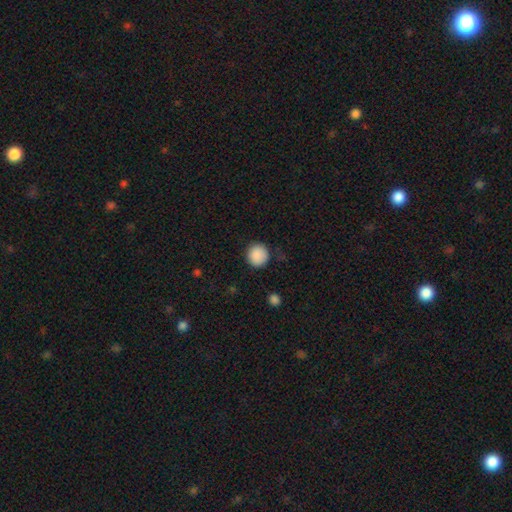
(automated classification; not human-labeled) Smooth or featured? smooth (89%)
How rounded? round (92%)
Merging? none (86%)